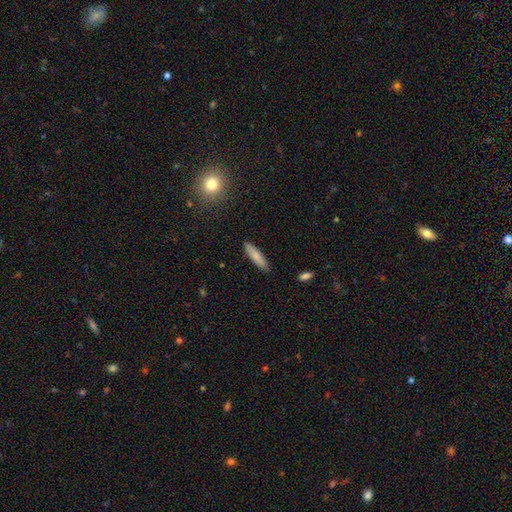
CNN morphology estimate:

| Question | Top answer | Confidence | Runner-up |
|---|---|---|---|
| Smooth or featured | smooth | 78% | featured or disk (15%) |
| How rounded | cigar-shaped | 80% | in between (18%) |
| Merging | none | 89% | minor disturbance (9%) |